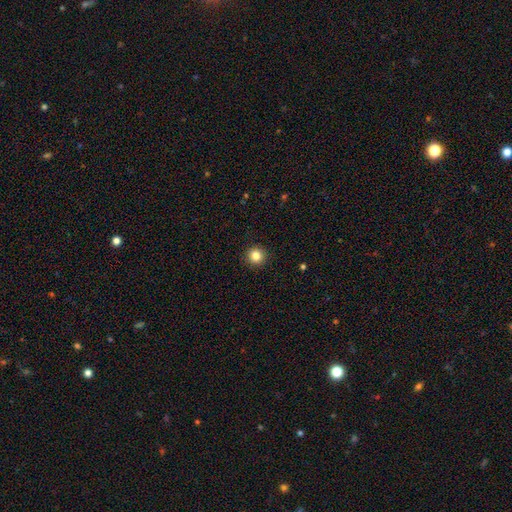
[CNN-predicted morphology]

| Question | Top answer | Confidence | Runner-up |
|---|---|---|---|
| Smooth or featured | smooth | 84% | star or artifact (11%) |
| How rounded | round | 95% | in between (4%) |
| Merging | none | 93% | minor disturbance (4%) |